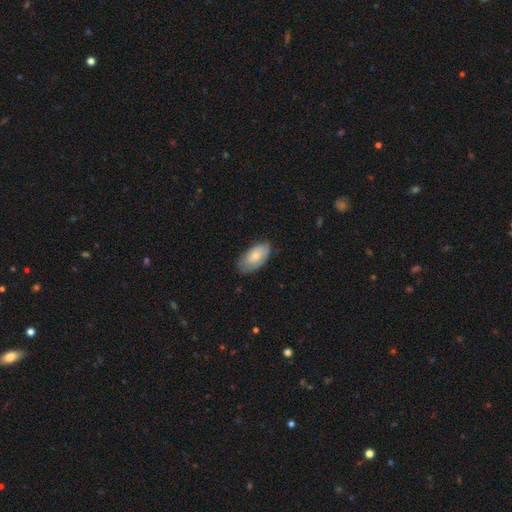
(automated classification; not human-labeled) Smooth or featured: smooth — 73% (featured or disk — 21%)
How rounded: in between — 94% (cigar-shaped — 3%)
Merging: none — 71% (minor disturbance — 23%)